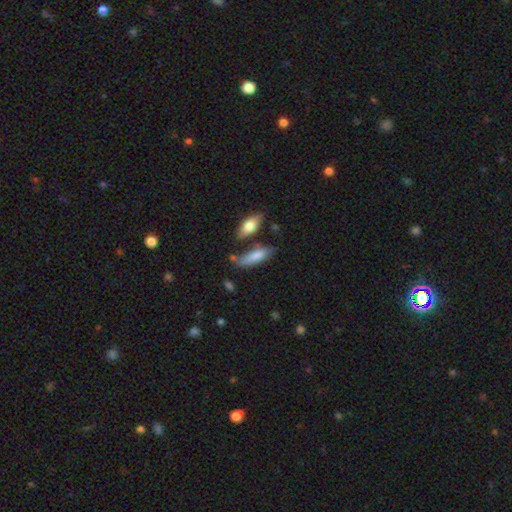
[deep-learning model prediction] Overall: smooth (78%). How rounded: in between (53%; cigar-shaped 44%). Merging: none (59%; minor disturbance 20%).